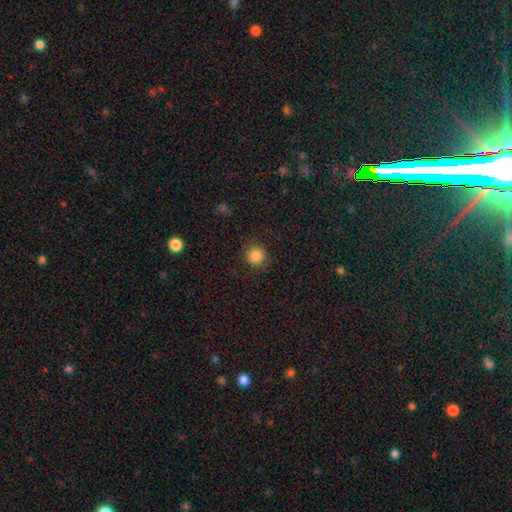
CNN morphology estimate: Q: Smooth or featured?
A: smooth (85%); runner-up: star or artifact (11%)
Q: How rounded?
A: round (94%); runner-up: in between (5%)
Q: Merging?
A: none (90%); runner-up: minor disturbance (6%)